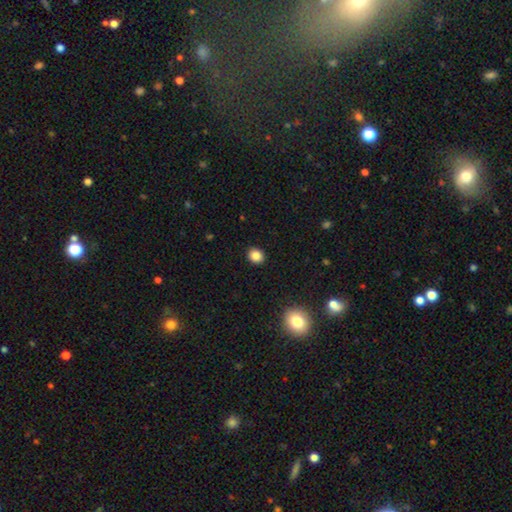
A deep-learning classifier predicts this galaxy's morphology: The model was most divided on "how rounded": round: 77%, in between: 22%, cigar-shaped: 1%. More confident: merging — none (91%); smooth or featured — smooth (86%).